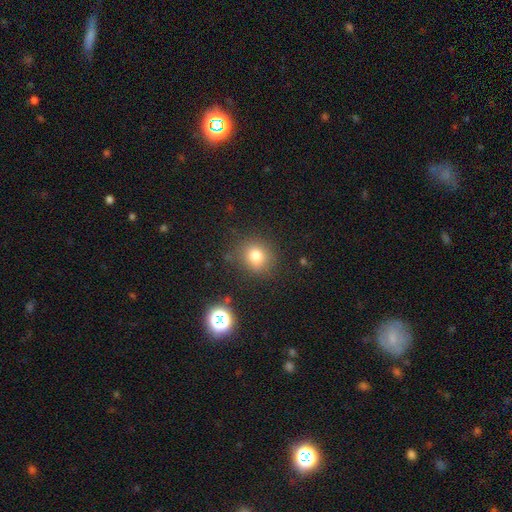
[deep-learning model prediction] This is likely a smooth galaxy (77%). How rounded: clearly round (82%). Merging: clearly none (82%).